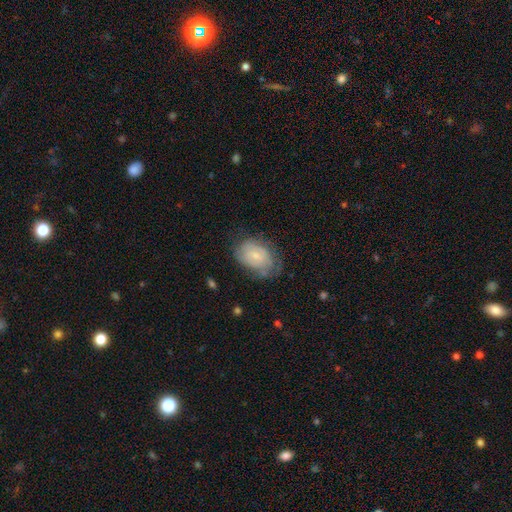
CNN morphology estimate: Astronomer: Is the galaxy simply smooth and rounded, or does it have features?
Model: smooth — 48% (runner-up: featured or disk, 45%).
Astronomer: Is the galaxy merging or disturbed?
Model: none — 55%.